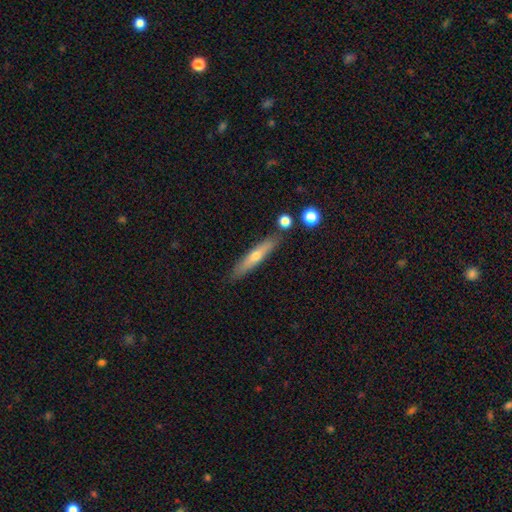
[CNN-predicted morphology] type=featured or disk (49%); merging=none (85%).